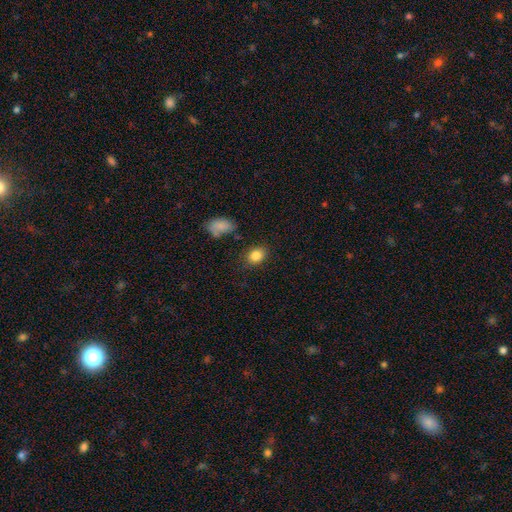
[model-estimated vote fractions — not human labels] Smooth or featured?
  - smooth: 84% *
  - star or artifact: 9%
  - featured or disk: 7%
How rounded?
  - in between: 62% *
  - round: 37%
  - cigar-shaped: 1%
Merging?
  - none: 82% *
  - minor disturbance: 12%
  - major disturbance: 3%
  - merger: 3%